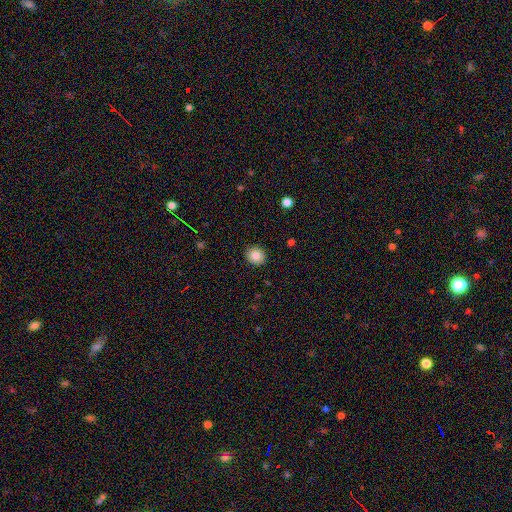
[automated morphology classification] Q: Smooth or featured?
A: smooth (86%); runner-up: star or artifact (9%)
Q: How rounded?
A: round (87%); runner-up: in between (12%)
Q: Merging?
A: none (92%); runner-up: minor disturbance (6%)